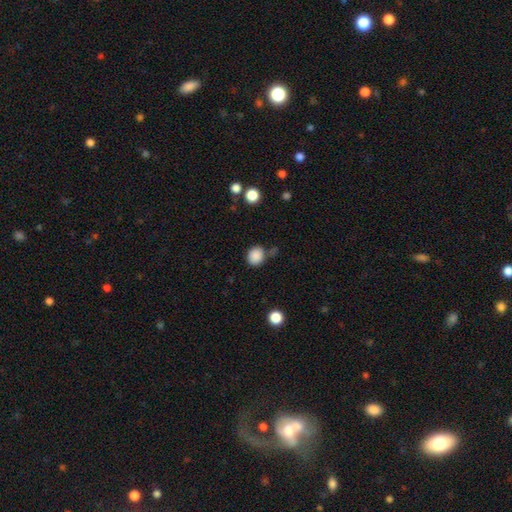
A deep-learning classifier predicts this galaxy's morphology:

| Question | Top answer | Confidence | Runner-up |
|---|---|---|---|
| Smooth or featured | smooth | 87% | star or artifact (10%) |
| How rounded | round | 72% | in between (28%) |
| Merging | none | 69% | minor disturbance (18%) |